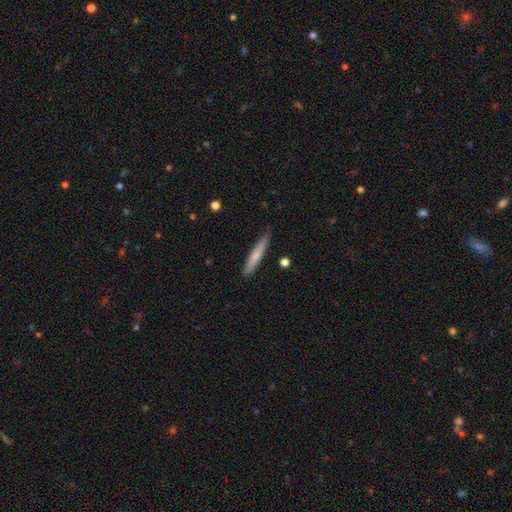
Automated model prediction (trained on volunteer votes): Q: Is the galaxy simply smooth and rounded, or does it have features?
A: smooth — 63%.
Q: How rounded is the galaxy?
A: cigar-shaped — 93%.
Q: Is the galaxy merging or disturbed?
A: none — 80%.